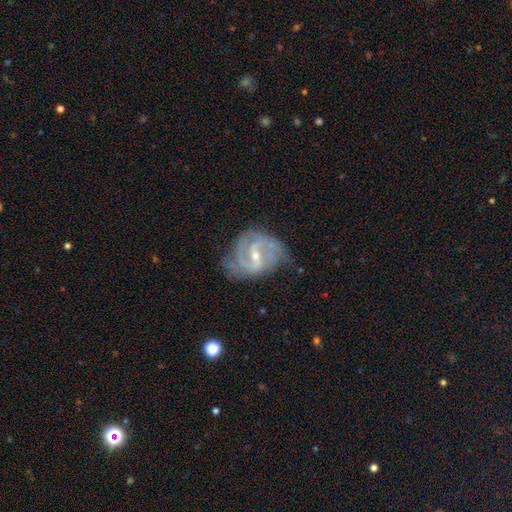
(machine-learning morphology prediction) A featured or disk galaxy (89%) with a weak bar (52%), 2 (74%) medium (52%) spiral arms (96%) and a small central bulge (61%). Merging: none (63%).